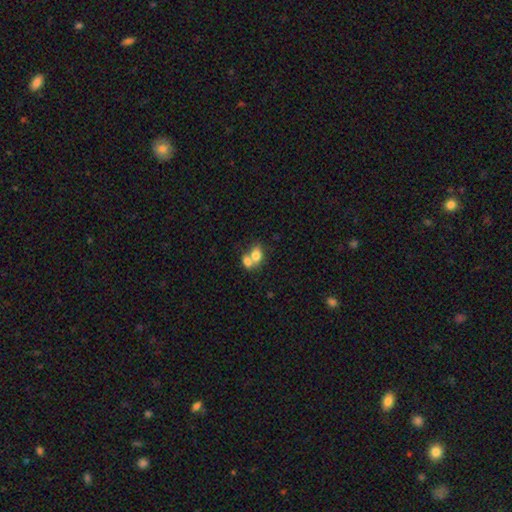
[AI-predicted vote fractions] Morphology: type=smooth (74%); roundness=in between (73%); merging=merger (66%).